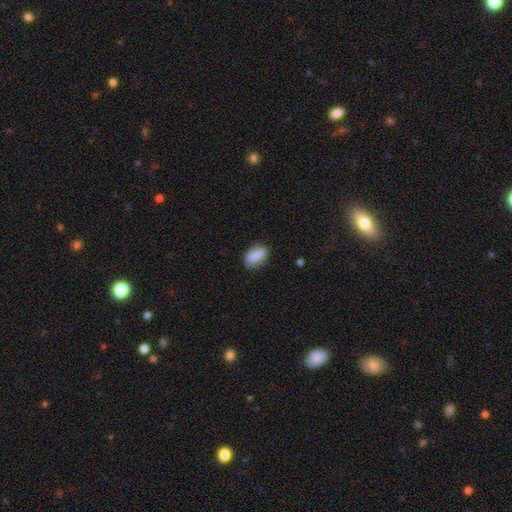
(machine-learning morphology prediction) smooth 79%, featured or disk 14%, star or artifact 7%. Down the decision tree: how rounded — in between (80%); merging — none (82%).